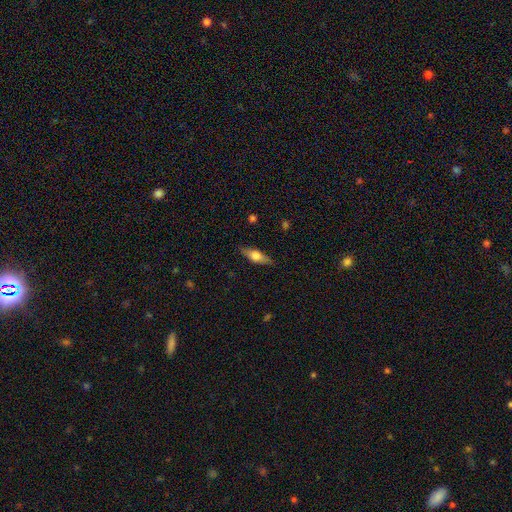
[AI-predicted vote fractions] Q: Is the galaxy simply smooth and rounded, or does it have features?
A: smooth — 56%.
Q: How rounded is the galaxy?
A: in between — 55%.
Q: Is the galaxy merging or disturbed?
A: none — 85%.